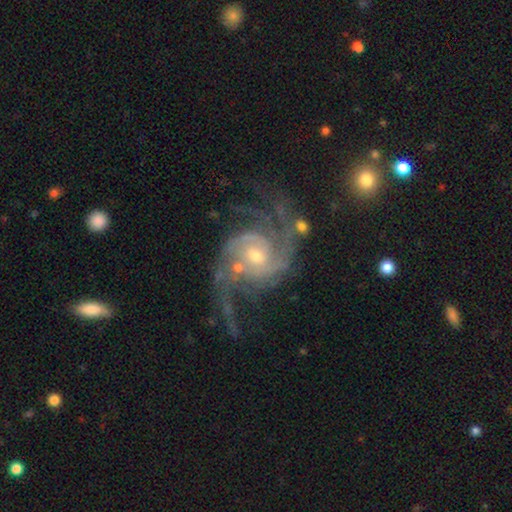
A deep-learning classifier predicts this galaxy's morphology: Smooth or featured: featured or disk — 92% (star or artifact — 5%)
Edge-on disk: no — 98% (yes — 2%)
Bar: no — 59% (weak — 32%)
Spiral arms: yes — 98% (no — 2%)
Spiral winding: medium — 51% (tight — 26%)
Spiral arm count: 2 — 55% (3 — 18%)
Bulge size: small — 52% (moderate — 43%)
Merging: none — 58% (major disturbance — 18%)